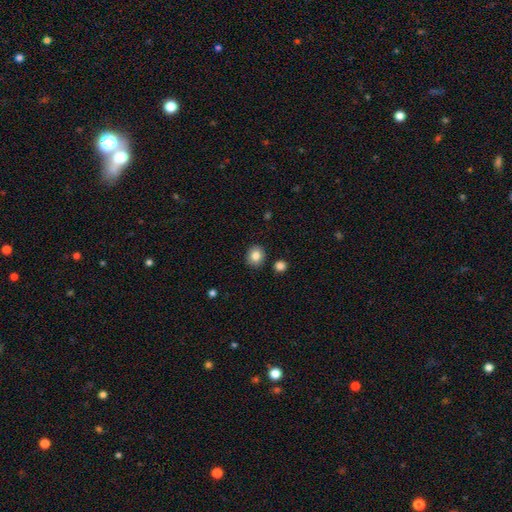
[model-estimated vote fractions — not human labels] This is clearly a smooth galaxy (83%). How rounded: likely round (71%). Merging: clearly none (88%).